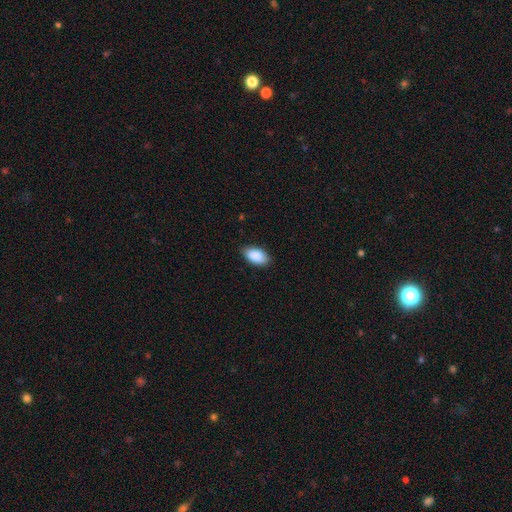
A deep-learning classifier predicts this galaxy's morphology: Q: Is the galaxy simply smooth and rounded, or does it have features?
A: smooth — 89%.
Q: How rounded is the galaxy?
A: in between — 94%.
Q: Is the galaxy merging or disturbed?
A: none — 82%.